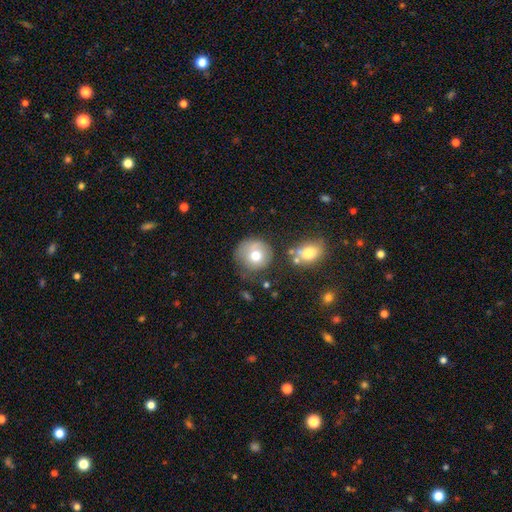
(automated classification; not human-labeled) Smooth or featured? smooth (73%)
How rounded? round (92%)
Merging? none (61%)